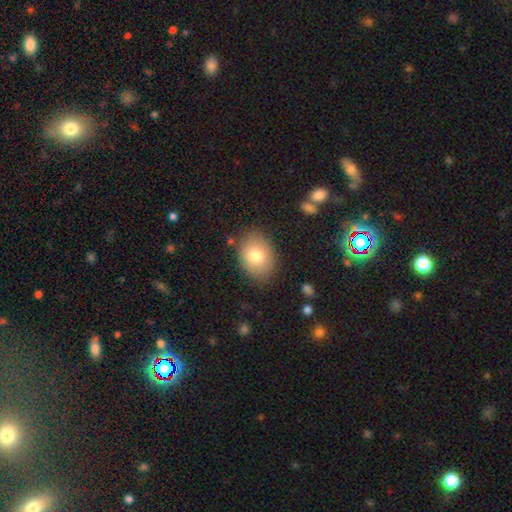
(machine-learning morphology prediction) smooth_or_featured: smooth (p=0.78) [alt: featured or disk p=0.14]
how_rounded: in between (p=0.70) [alt: round p=0.29]
merging: none (p=0.83) [alt: minor disturbance p=0.12]